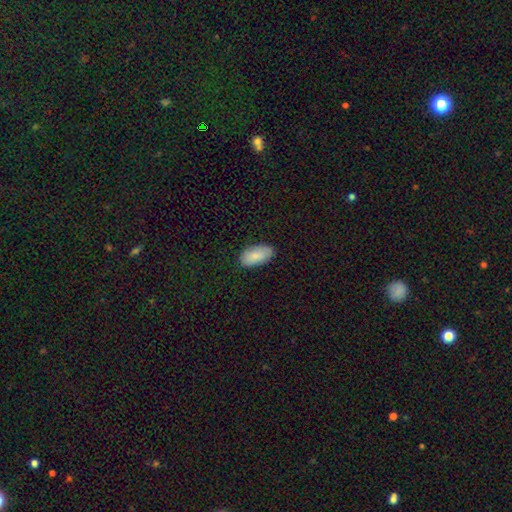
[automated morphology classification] smooth-or-featured: smooth: 85% | featured or disk: 9% | star or artifact: 6%
  how-rounded: in between: 94% | cigar-shaped: 3% | round: 2%
  merging: none: 85% | minor disturbance: 12% | major disturbance: 2% | merger: 1%